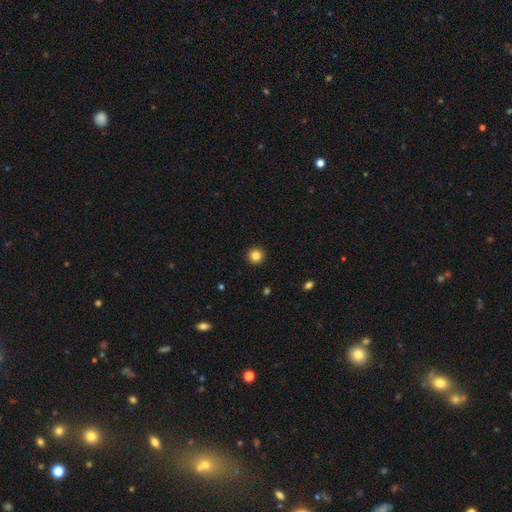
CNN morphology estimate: This is clearly a smooth galaxy (84%). How rounded: clearly round (96%). Merging: clearly none (94%).